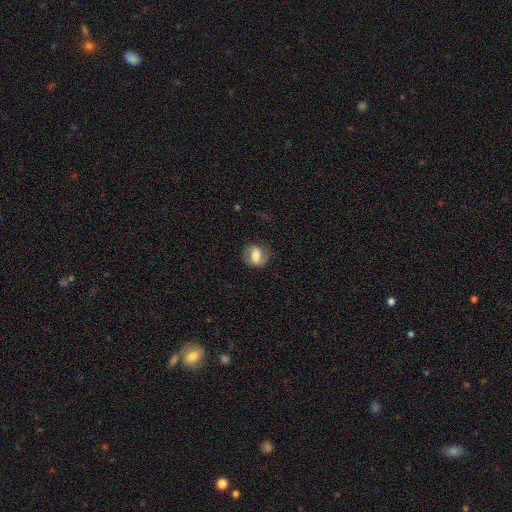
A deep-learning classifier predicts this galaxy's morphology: Smooth or featured? featured or disk (48%)
Merging? none (75%)